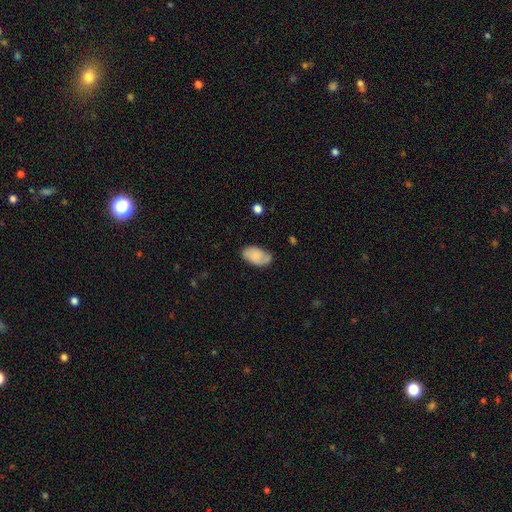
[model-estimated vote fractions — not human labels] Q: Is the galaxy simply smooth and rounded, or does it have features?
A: smooth — 67%.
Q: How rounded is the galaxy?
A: in between — 94%.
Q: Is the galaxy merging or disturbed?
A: none — 66%.